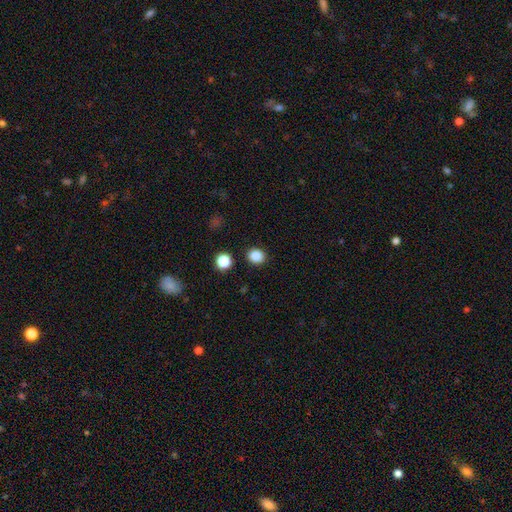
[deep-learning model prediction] Overall: smooth (84%). How rounded: round (82%). Merging: none (91%).